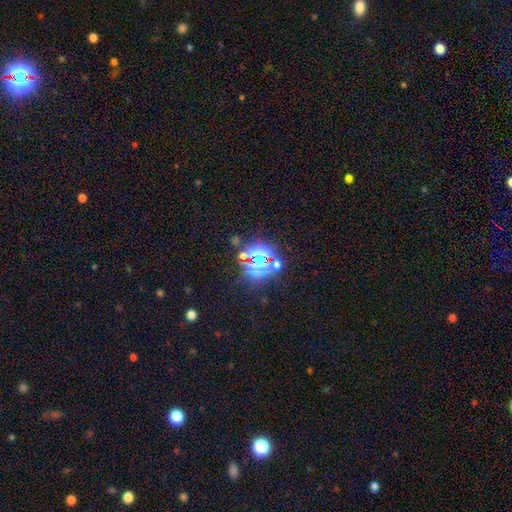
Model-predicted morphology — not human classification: type=star or artifact (64%).